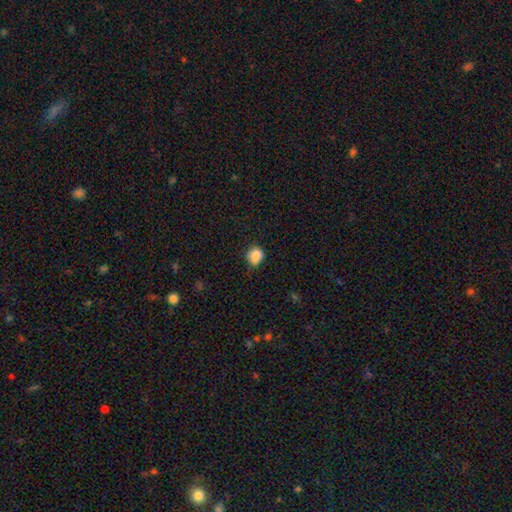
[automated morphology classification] This is clearly a smooth galaxy (85%). How rounded: likely round (69%). Merging: likely none (64%).